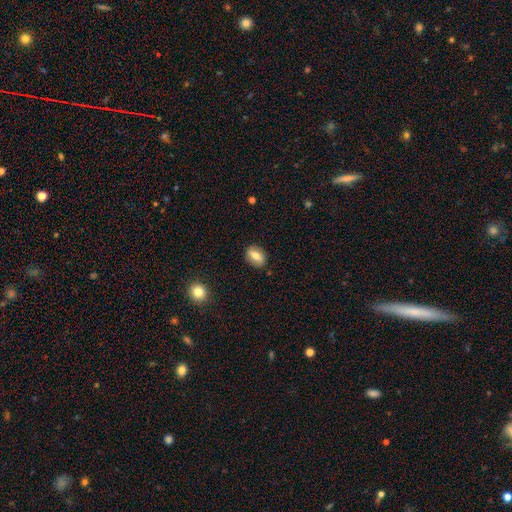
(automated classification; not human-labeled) The model was most divided on "smooth or featured": smooth: 62%, featured or disk: 30%, star or artifact: 8%. More confident: merging — none (85%); how rounded — in between (76%).